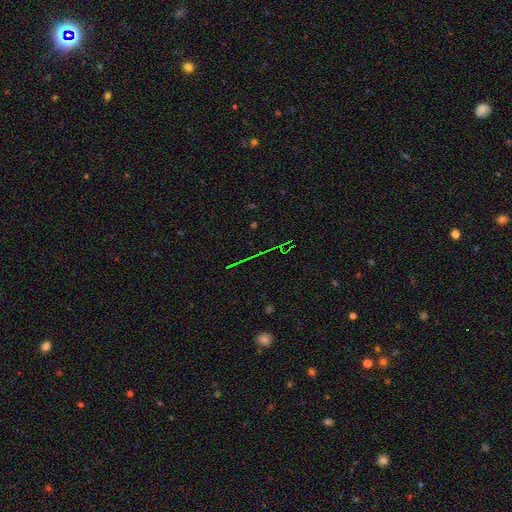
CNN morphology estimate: Smooth or featured: star or artifact — 72% (smooth — 14%)